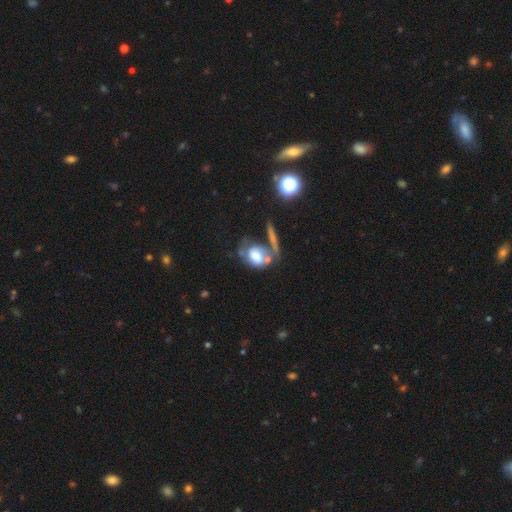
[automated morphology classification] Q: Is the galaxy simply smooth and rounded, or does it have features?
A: smooth — 56%.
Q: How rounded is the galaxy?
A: in between — 65%.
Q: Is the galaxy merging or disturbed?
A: merger — 33%.